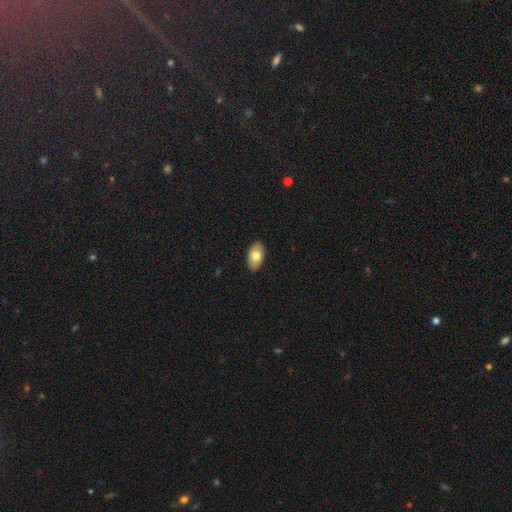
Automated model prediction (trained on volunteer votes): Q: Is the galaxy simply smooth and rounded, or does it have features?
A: smooth — 75%.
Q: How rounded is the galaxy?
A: in between — 93%.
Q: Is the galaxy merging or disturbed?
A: none — 89%.